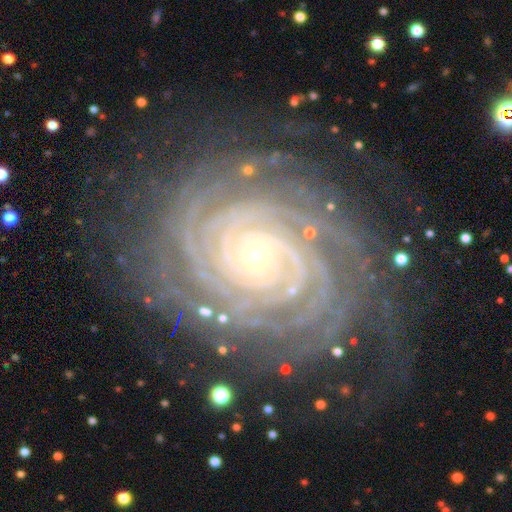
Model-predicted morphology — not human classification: smooth-or-featured: featured or disk: 92% | star or artifact: 6% | smooth: 3%
  disk-edge-on: no: 98% | yes: 2%
    bar: no: 73% | weak: 16% | strong: 11%
    has-spiral-arms: yes: 99% | no: 1%
      spiral-winding: tight: 89% | medium: 9% | loose: 1%
      spiral-arm-count: more than 4: 25% | 4: 19% | 2: 17% | can't tell: 16% | 3: 14% | 1: 9%
    bulge-size: small: 83% | moderate: 13% | none: 1% | large: 1% | dominant: 1%
  merging: none: 75% | minor disturbance: 16% | major disturbance: 7% | merger: 2%